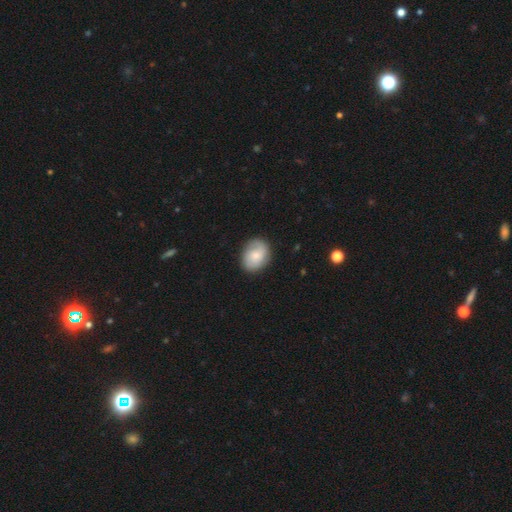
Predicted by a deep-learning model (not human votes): The model was most divided on "how rounded": in between: 53%, round: 46%, cigar-shaped: 1%. More confident: merging — none (80%); smooth or featured — smooth (54%).